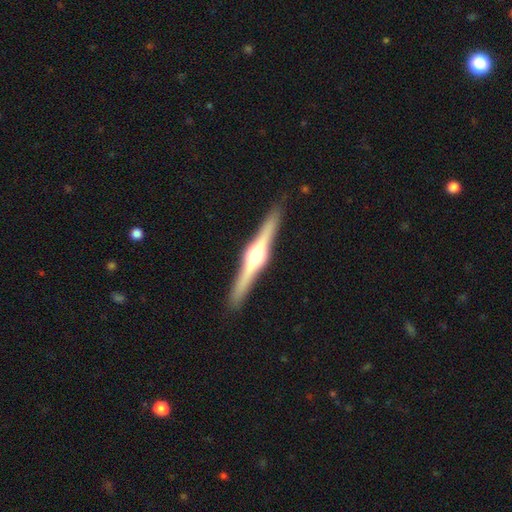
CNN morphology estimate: featured or disk 81%, smooth 14%, star or artifact 5%. Down the decision tree: edge-on disk — yes (98%); edge-on bulge — rounded (94%); merging — none (91%).